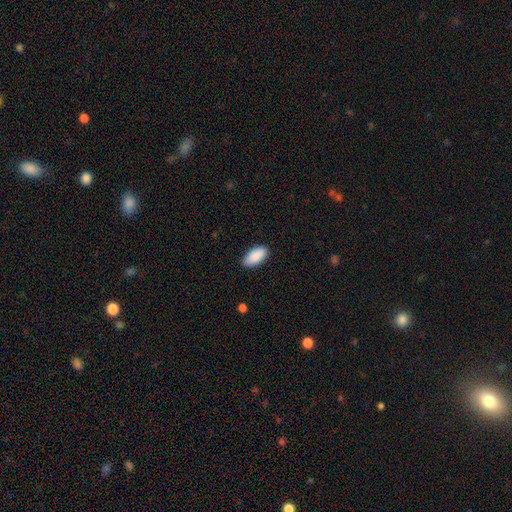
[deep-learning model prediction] A smooth galaxy with no disk features (90%) that is in between round and cigar-shaped (93%).

Vote fractions:
- Smooth or featured? smooth: 90% / star or artifact: 6% / featured or disk: 4%
- How rounded? in between: 93% / cigar-shaped: 5% / round: 2%
- Merging? none: 84% / minor disturbance: 13% / major disturbance: 2% / merger: 1%